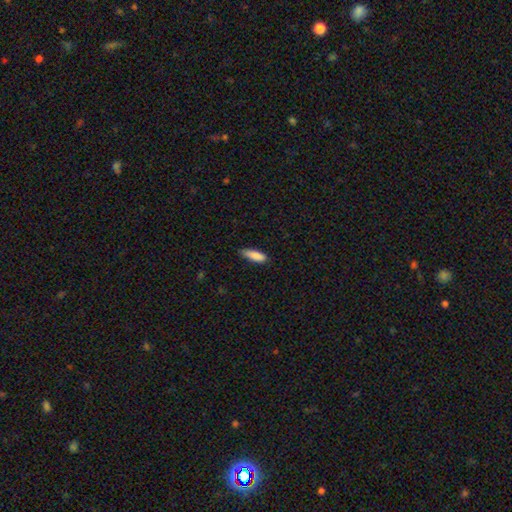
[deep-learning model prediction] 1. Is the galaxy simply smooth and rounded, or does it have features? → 87% smooth, 7% featured or disk, 6% star or artifact.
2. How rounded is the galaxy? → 51% in between, 47% cigar-shaped, 2% round.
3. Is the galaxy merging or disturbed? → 72% none, 24% minor disturbance, 3% major disturbance, 1% merger.